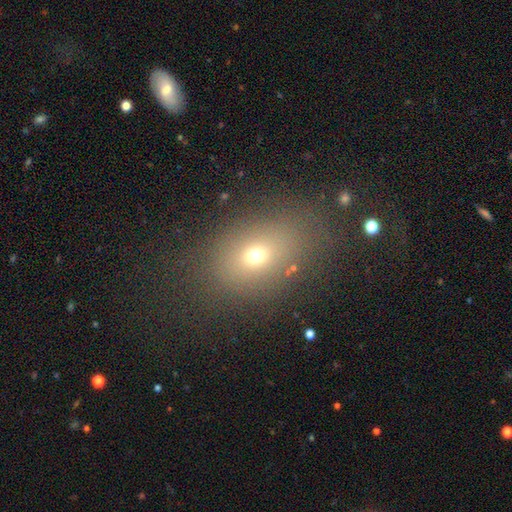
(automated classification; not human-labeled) Morphology: type=smooth (66%); roundness=in between (69%); merging=none (75%).